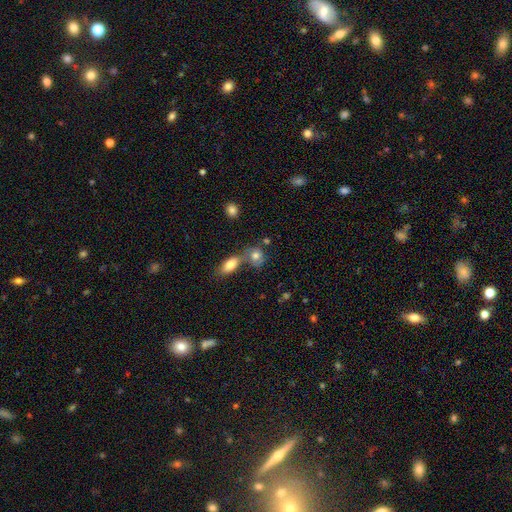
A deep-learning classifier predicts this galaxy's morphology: This is likely a smooth galaxy (78%). How rounded: possibly round (57%). Merging: marginally none (42%, tied with merger).